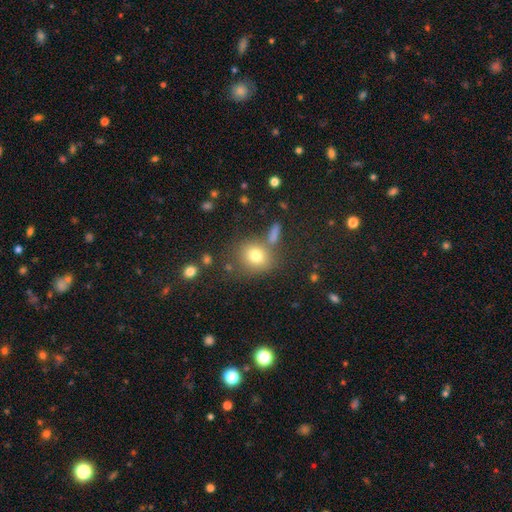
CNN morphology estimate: A smooth galaxy with no disk features (76%) that is round (77%). Merging: none (72%).